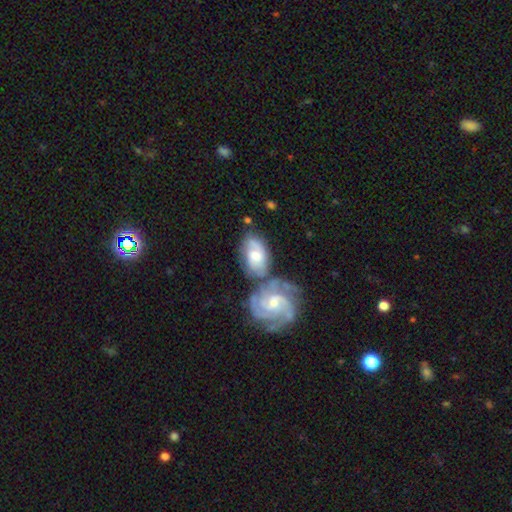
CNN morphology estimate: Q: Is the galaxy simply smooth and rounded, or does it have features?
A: featured or disk — 66%.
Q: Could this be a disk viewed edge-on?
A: no — 95%.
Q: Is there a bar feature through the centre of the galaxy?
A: no — 62%.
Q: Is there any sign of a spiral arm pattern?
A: yes — 89%.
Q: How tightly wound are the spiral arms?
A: tight — 50%.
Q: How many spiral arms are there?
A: can't tell — 30%.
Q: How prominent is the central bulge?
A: moderate — 60%.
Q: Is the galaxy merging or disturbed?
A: merger — 45%.